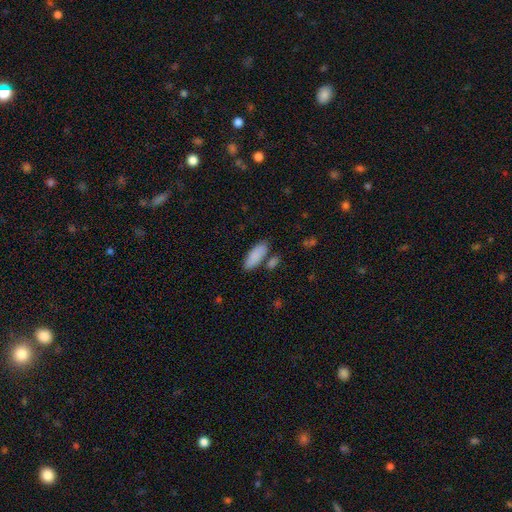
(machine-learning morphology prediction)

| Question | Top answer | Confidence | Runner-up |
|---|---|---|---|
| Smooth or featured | smooth | 87% | featured or disk (7%) |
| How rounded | in between | 77% | cigar-shaped (21%) |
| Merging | none | 72% | minor disturbance (13%) |